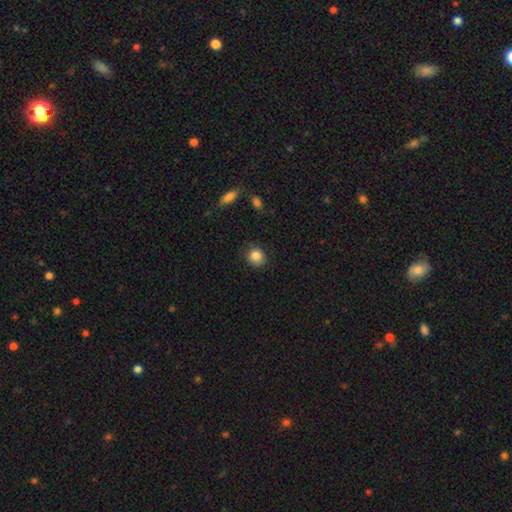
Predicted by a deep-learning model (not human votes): smooth-or-featured: smooth: 86% | star or artifact: 9% | featured or disk: 5%
  how-rounded: round: 82% | in between: 17% | cigar-shaped: 1%
  merging: none: 86% | minor disturbance: 10% | major disturbance: 2% | merger: 1%